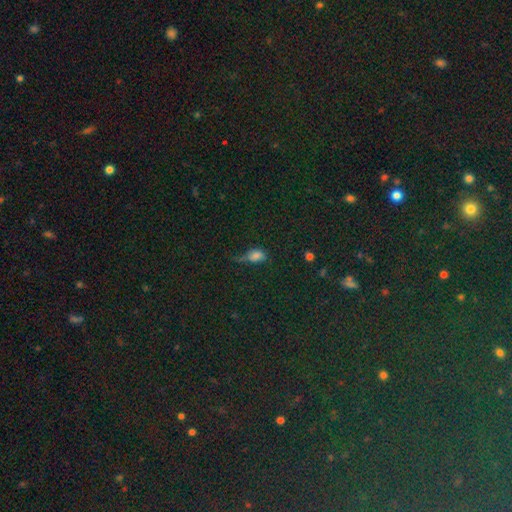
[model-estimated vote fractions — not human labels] Q: Smooth or featured?
A: smooth (69%); runner-up: star or artifact (20%)
Q: How rounded?
A: in between (78%); runner-up: round (16%)
Q: Merging?
A: minor disturbance (32%); tied with: none (32%)